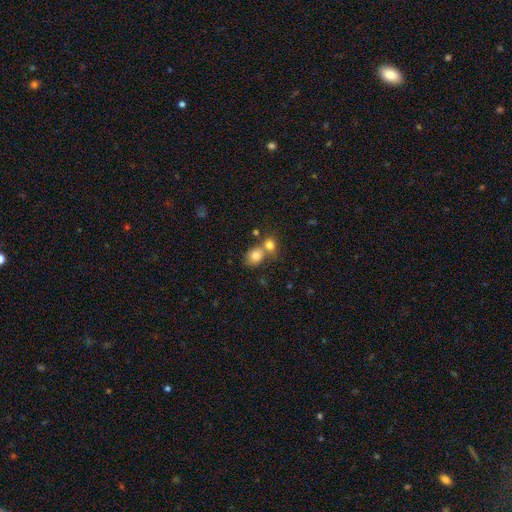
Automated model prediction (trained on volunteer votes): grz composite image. It shows a smooth galaxy with no disk features (81%) that is round (52%). Merging: merger (50%).